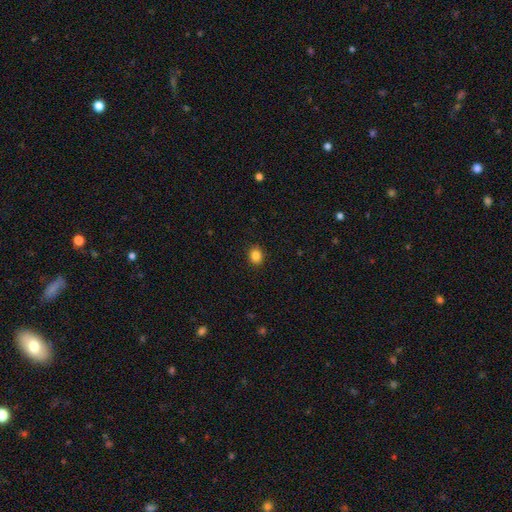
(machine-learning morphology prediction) type=smooth (86%); roundness=round (62%); merging=none (90%).